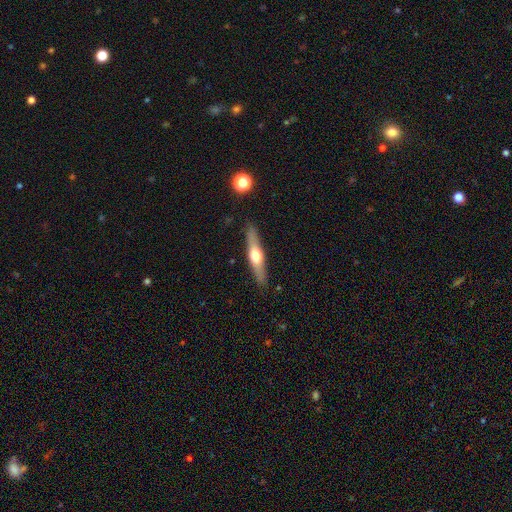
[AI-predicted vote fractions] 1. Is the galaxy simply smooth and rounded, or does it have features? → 58% featured or disk, 36% smooth, 6% star or artifact.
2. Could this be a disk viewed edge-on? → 94% yes, 6% no.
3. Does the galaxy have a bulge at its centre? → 93% rounded, 3% boxy, 3% none.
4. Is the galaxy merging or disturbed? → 88% none, 9% minor disturbance, 2% major disturbance, 1% merger.